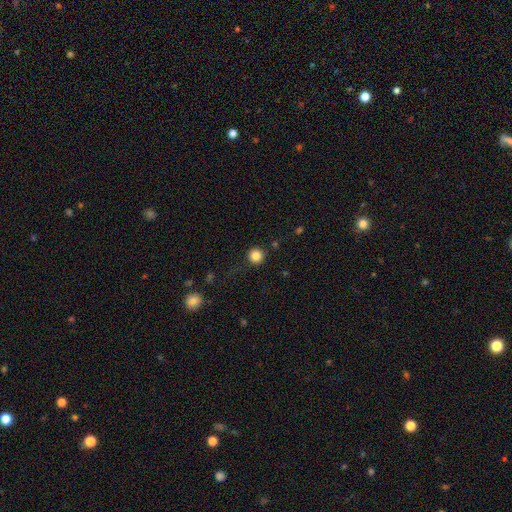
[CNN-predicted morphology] Overall: smooth (84%). How rounded: round (95%). Merging: none (88%).